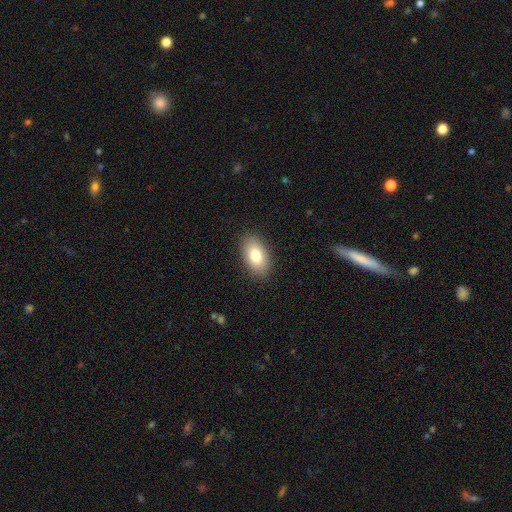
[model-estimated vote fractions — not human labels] A smooth galaxy with no disk features (80%) that is in between round and cigar-shaped (93%).

Vote fractions:
- Smooth or featured? smooth: 80% / featured or disk: 12% / star or artifact: 7%
- How rounded? in between: 93% / round: 5% / cigar-shaped: 2%
- Merging? none: 88% / minor disturbance: 9% / major disturbance: 2% / merger: 1%